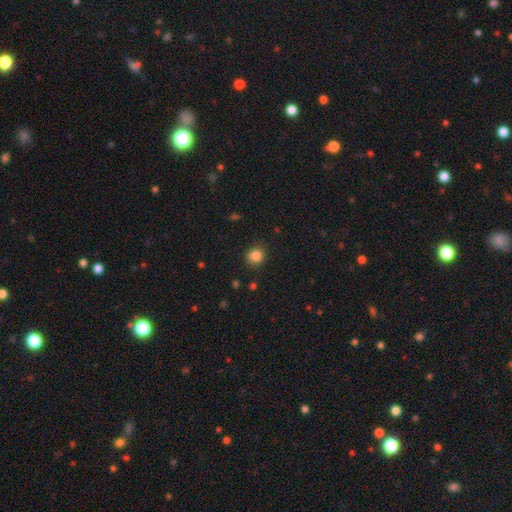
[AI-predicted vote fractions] Smooth or featured? smooth (85%)
How rounded? round (87%)
Merging? none (89%)